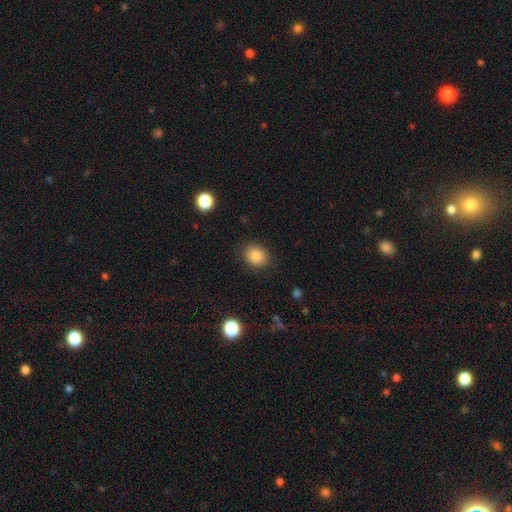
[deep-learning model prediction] smooth_or_featured: smooth (p=0.85) [alt: star or artifact p=0.10]
how_rounded: round (p=0.63) [alt: in between p=0.36]
merging: none (p=0.87) [alt: minor disturbance p=0.09]